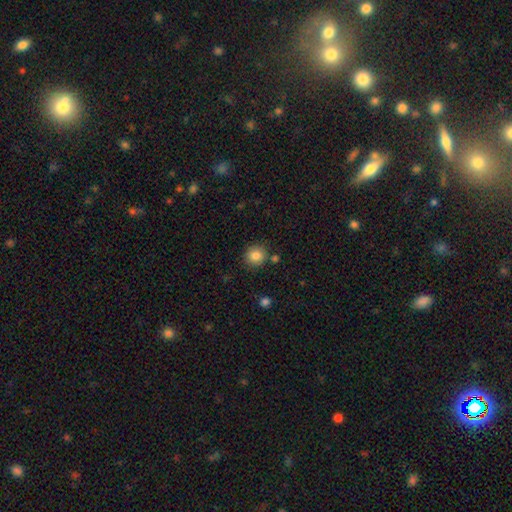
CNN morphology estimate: smooth-or-featured: smooth: 84% | star or artifact: 10% | featured or disk: 6%
  how-rounded: round: 89% | in between: 10% | cigar-shaped: 1%
  merging: none: 83% | minor disturbance: 9% | merger: 6% | major disturbance: 2%